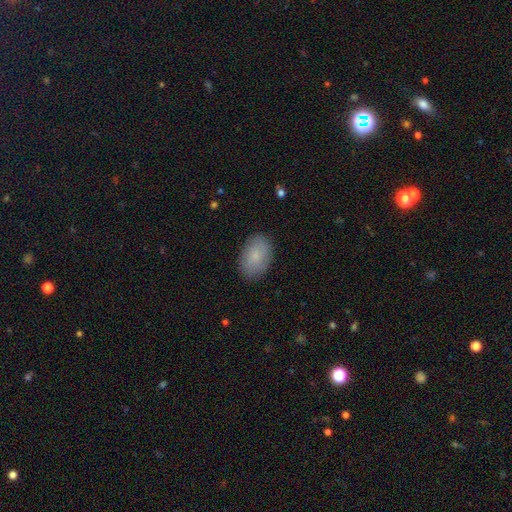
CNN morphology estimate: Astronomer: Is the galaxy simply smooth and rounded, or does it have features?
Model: smooth — 81%.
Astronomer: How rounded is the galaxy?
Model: in between — 89%.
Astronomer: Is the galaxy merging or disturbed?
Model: none — 85%.